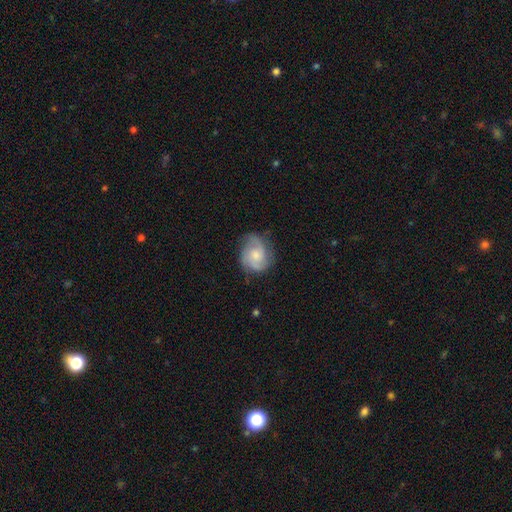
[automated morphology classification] The model was most divided on "spiral arm count" (2-way tie): 2: 37%, 3: 37%, can't tell: 14%, 4: 5%, 1: 4%, more than 4: 3%. Remaining: edge-on disk — no (98%); spiral arms — yes (94%); bar — no (71%); smooth or featured — featured or disk (70%); merging — none (68%); spiral winding — medium (47%); bulge size — small (45%).